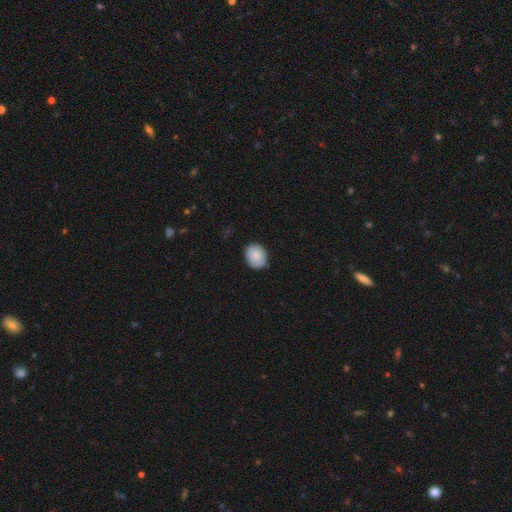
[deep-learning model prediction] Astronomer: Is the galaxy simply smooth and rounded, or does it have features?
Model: smooth — 84%.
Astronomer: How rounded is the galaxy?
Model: round — 58% (runner-up: in between, 42%).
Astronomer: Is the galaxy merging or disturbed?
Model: none — 81%.